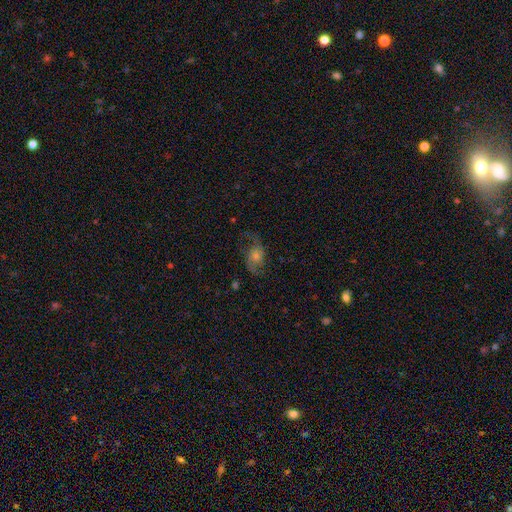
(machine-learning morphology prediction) featured or disk 69%, smooth 19%, star or artifact 12%. Down the decision tree: edge-on disk — no (96%); bar — no (72%); spiral arms — yes (92%); spiral arm count — 2 (88%); spiral winding — loose (59%); bulge size — moderate (47%); merging — none (68%).